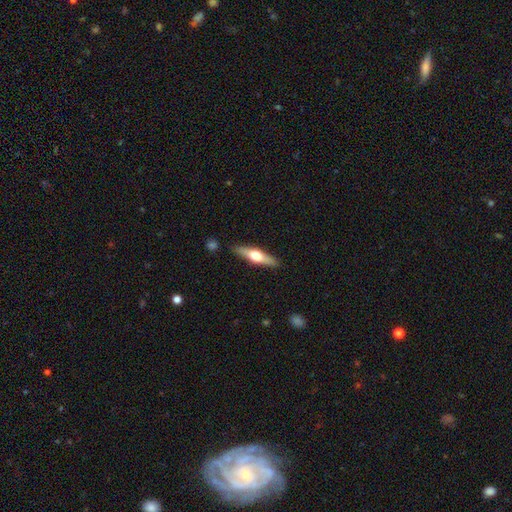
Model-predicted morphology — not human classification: Q: Smooth or featured?
A: featured or disk (57%); runner-up: smooth (38%)
Q: Edge-on disk?
A: yes (93%); runner-up: no (7%)
Q: Edge-on bulge?
A: rounded (95%); runner-up: boxy (3%)
Q: Merging?
A: none (88%); runner-up: minor disturbance (9%)